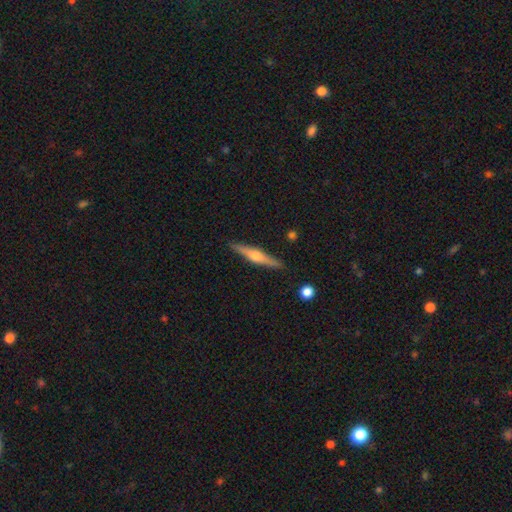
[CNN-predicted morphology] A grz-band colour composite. It shows a featured or disk galaxy (69%) viewed edge-on (97%) with a rounded central bulge (92%). Merging: none (90%).